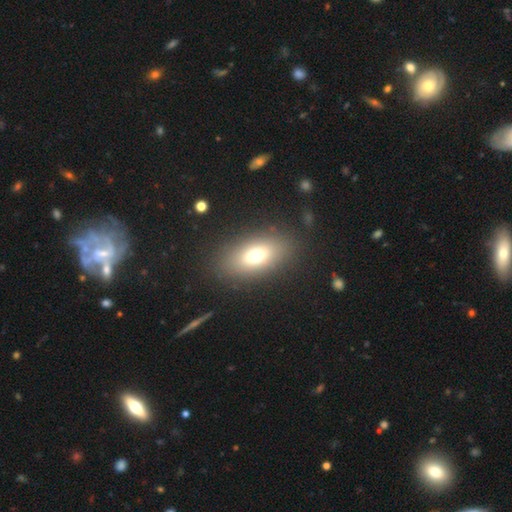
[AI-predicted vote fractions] smooth_or_featured: smooth (p=0.69) [alt: featured or disk p=0.19]
how_rounded: in between (p=0.85) [alt: round p=0.09]
merging: none (p=0.85) [alt: minor disturbance p=0.09]